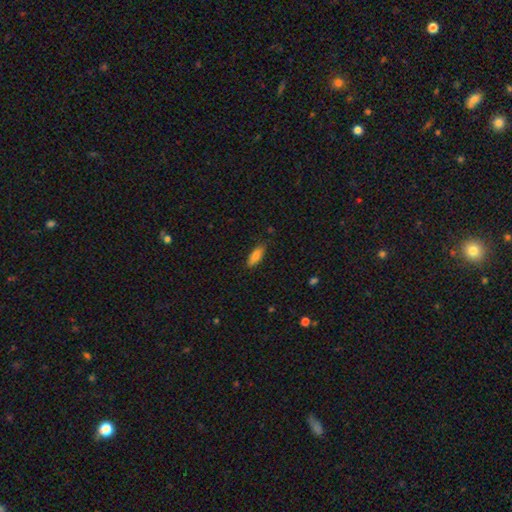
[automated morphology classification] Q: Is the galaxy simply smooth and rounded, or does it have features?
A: smooth — 84%.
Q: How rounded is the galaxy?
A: in between — 70%.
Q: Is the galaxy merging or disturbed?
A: none — 82%.